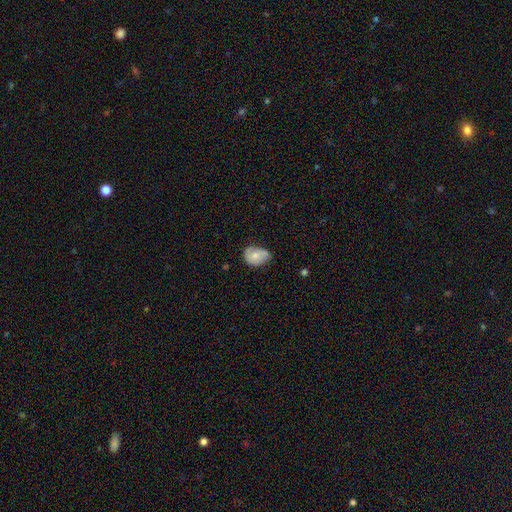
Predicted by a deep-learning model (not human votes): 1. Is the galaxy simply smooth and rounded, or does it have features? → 62% smooth, 30% featured or disk, 7% star or artifact.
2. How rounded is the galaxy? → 71% in between, 28% round, 1% cigar-shaped.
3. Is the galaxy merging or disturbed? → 47% minor disturbance, 37% none, 14% major disturbance, 2% merger.